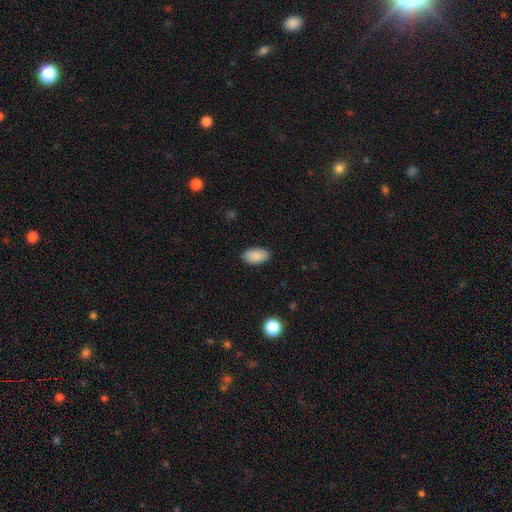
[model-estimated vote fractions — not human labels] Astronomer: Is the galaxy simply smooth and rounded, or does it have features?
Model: smooth — 89%.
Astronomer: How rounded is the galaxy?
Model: in between — 95%.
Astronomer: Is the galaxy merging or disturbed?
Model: none — 87%.